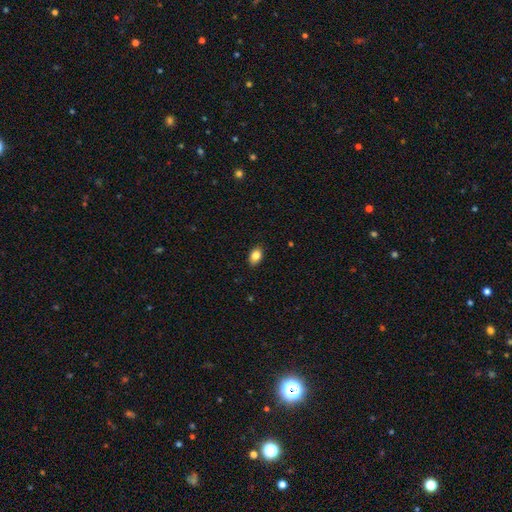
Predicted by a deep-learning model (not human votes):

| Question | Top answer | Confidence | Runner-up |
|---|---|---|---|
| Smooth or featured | smooth | 85% | star or artifact (9%) |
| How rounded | in between | 83% | round (15%) |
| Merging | none | 88% | minor disturbance (10%) |